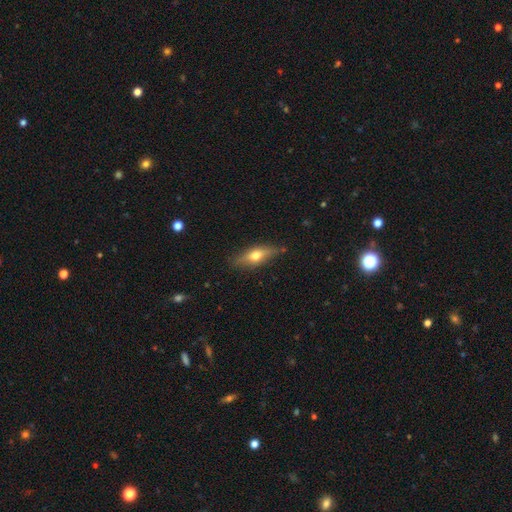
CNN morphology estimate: Overall: smooth (48%; featured or disk 44%). Merging: none (82%).